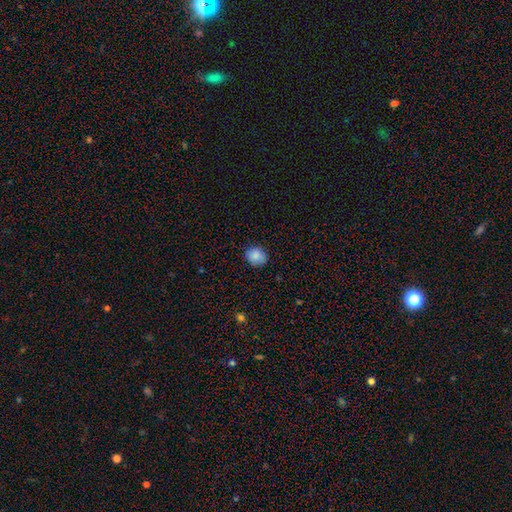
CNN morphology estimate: Overall: smooth (87%). How rounded: round (70%). Merging: none (86%).